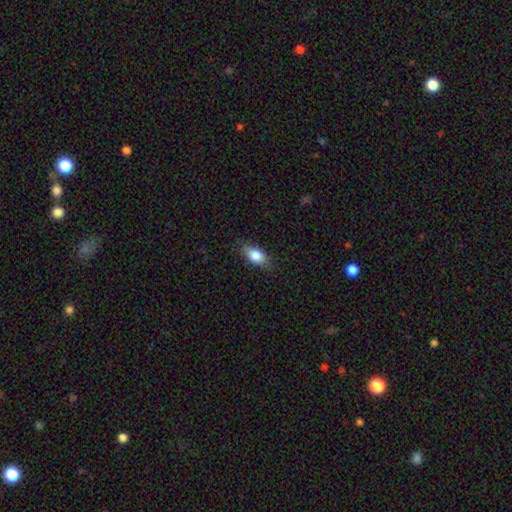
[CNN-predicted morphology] smooth-or-featured: smooth: 80% | featured or disk: 12% | star or artifact: 7%
  how-rounded: in between: 84% | cigar-shaped: 9% | round: 7%
  merging: none: 82% | minor disturbance: 14% | major disturbance: 3% | merger: 1%